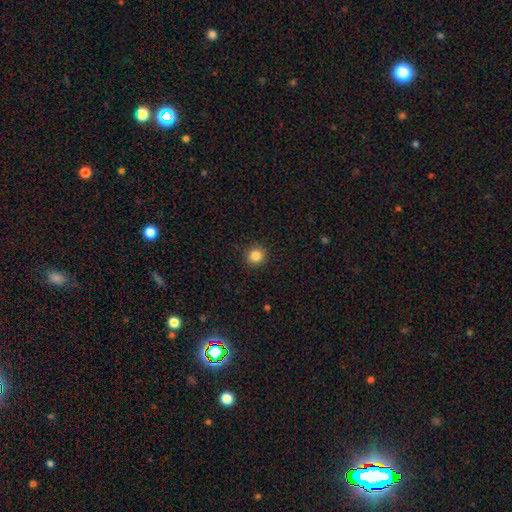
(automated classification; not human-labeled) The model was most divided on "smooth or featured": smooth: 85%, star or artifact: 11%, featured or disk: 4%. More confident: merging — none (92%); how rounded — round (92%).